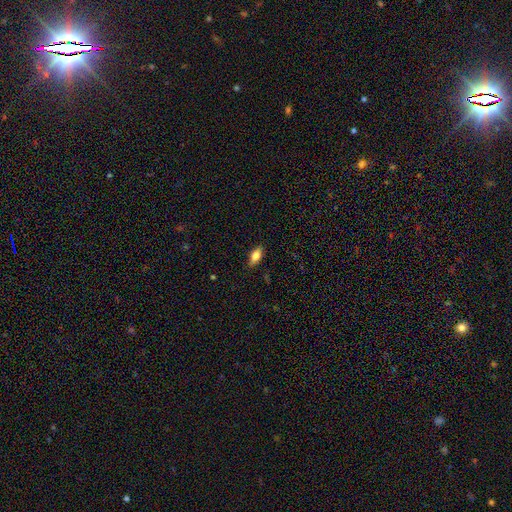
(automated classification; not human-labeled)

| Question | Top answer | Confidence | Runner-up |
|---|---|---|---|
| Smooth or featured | smooth | 77% | featured or disk (15%) |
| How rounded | in between | 83% | cigar-shaped (13%) |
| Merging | none | 86% | minor disturbance (11%) |